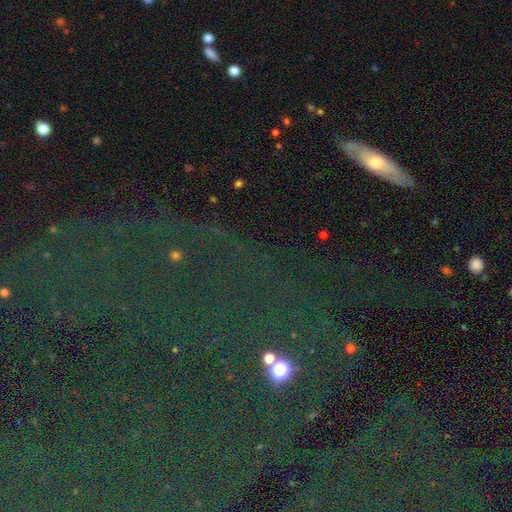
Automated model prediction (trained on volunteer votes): This appears to be a star or artifact, not a galaxy (54%).